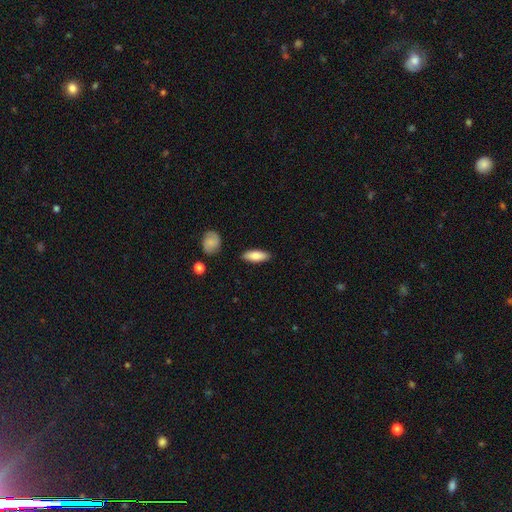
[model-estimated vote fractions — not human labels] Smooth or featured? smooth (82%)
How rounded? in between (70%)
Merging? none (87%)